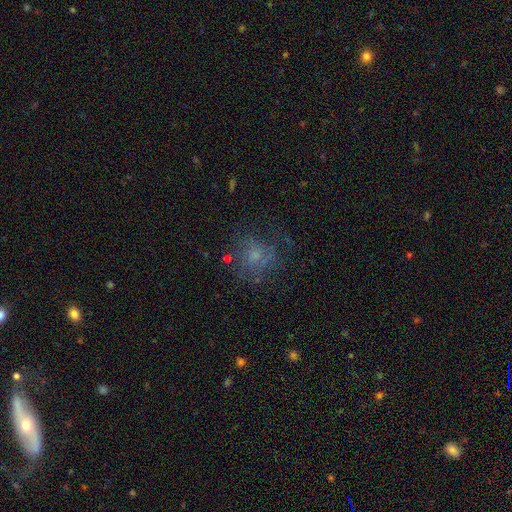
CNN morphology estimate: Smooth or featured?
  - smooth: 48% *
  - featured or disk: 35%
  - star or artifact: 17%
Merging?
  - none: 59% *
  - minor disturbance: 20%
  - major disturbance: 19%
  - merger: 3%